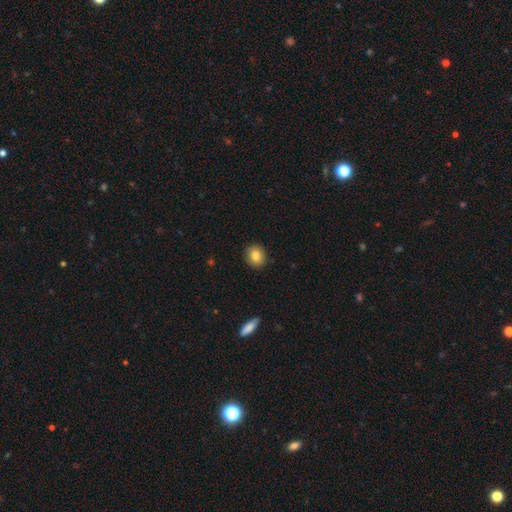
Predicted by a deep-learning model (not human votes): Smooth or featured: smooth — 83% (star or artifact — 9%)
How rounded: round — 73% (in between — 26%)
Merging: none — 90% (minor disturbance — 7%)